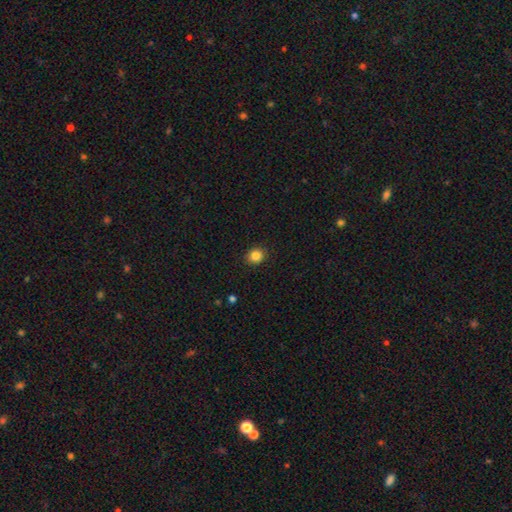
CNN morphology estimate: A smooth galaxy with no disk features (84%) that is round (80%). Merging: none (91%).